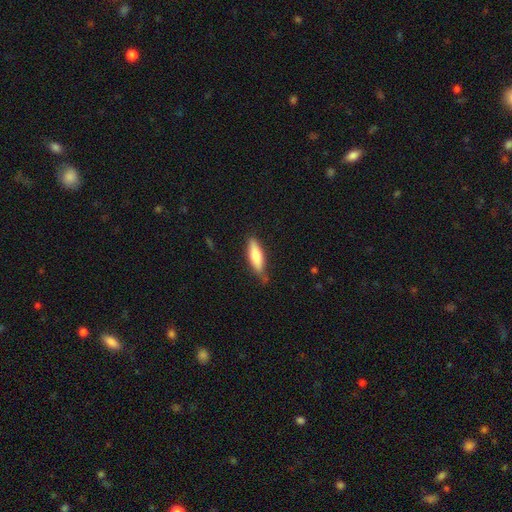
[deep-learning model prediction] Morphology: type=smooth (72%); roundness=cigar-shaped (57%); merging=none (70%).